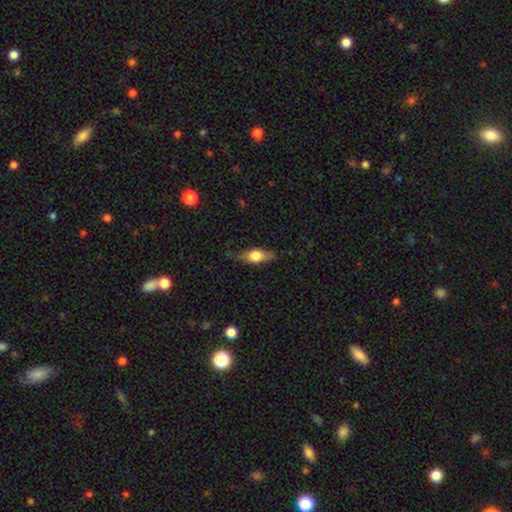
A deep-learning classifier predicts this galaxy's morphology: Smooth or featured? smooth (53%)
How rounded? in between (66%)
Merging? none (77%)